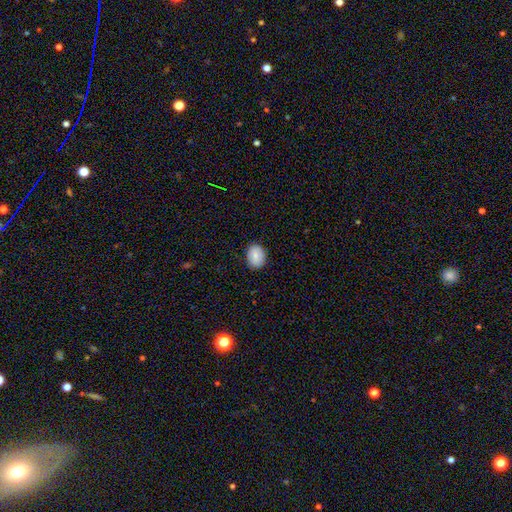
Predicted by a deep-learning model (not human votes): smooth-or-featured: smooth: 80% | featured or disk: 12% | star or artifact: 7%
  how-rounded: in between: 62% | round: 37% | cigar-shaped: 1%
  merging: none: 87% | minor disturbance: 10% | major disturbance: 2% | merger: 1%